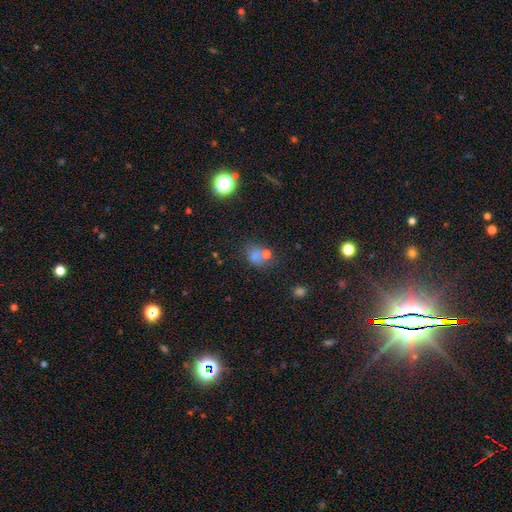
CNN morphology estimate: smooth 56%, star or artifact 29%, featured or disk 16%. Down the decision tree: how rounded — round (65%); merging — none (48%).